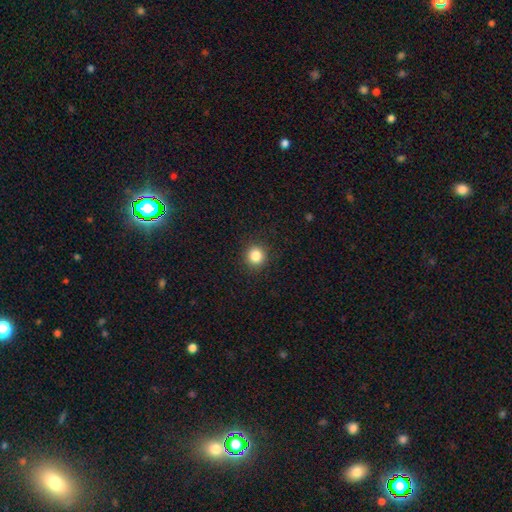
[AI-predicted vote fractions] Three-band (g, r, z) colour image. It shows a smooth galaxy with no disk features (84%) that is round (94%). Merging: none (92%).